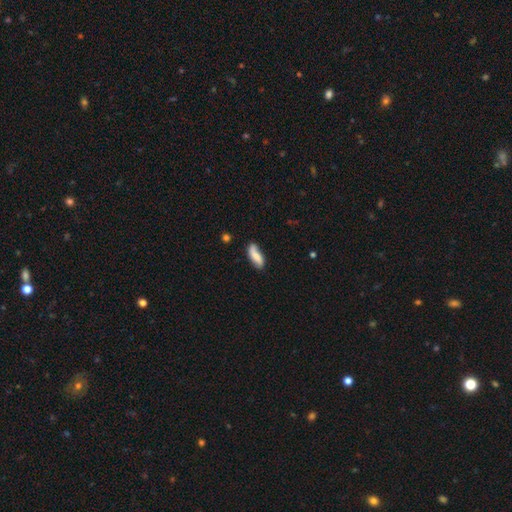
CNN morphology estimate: The model was most divided on "how rounded": in between: 65%, cigar-shaped: 32%, round: 2%. More confident: smooth or featured — smooth (68%); merging — none (64%).